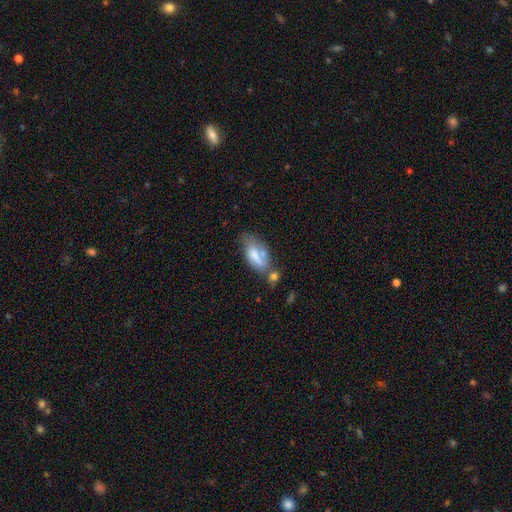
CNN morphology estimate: Q: Smooth or featured?
A: smooth (67%); runner-up: featured or disk (24%)
Q: How rounded?
A: in between (85%); runner-up: cigar-shaped (11%)
Q: Merging?
A: none (32%); runner-up: merger (29%)